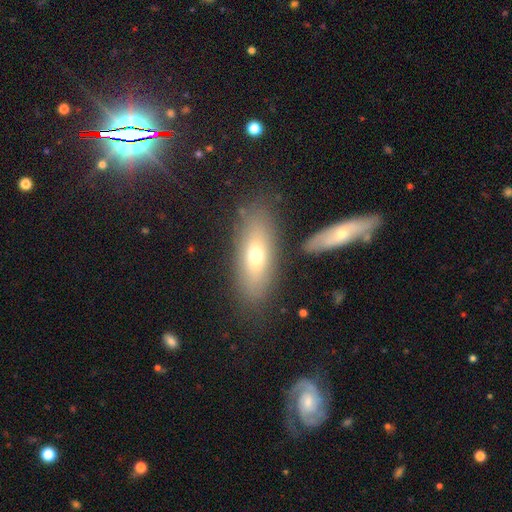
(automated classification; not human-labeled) smooth-or-featured: smooth: 61% | featured or disk: 29% | star or artifact: 10%
  how-rounded: in between: 64% | cigar-shaped: 32% | round: 4%
  merging: none: 77% | minor disturbance: 11% | merger: 8% | major disturbance: 4%